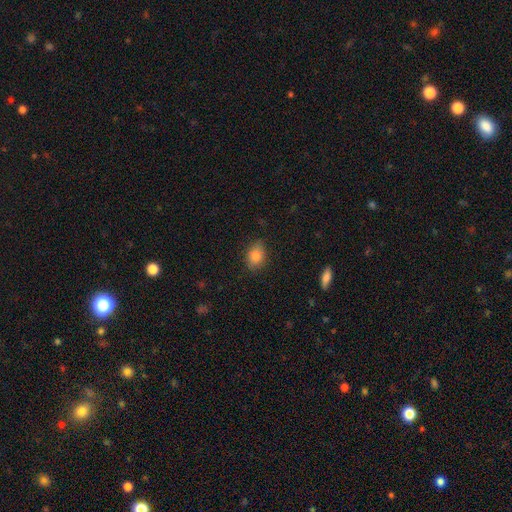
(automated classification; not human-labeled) Smooth or featured? Predicted: smooth (p=0.82). How rounded? Predicted: in between (p=0.70). Merging? Predicted: none (p=0.82).